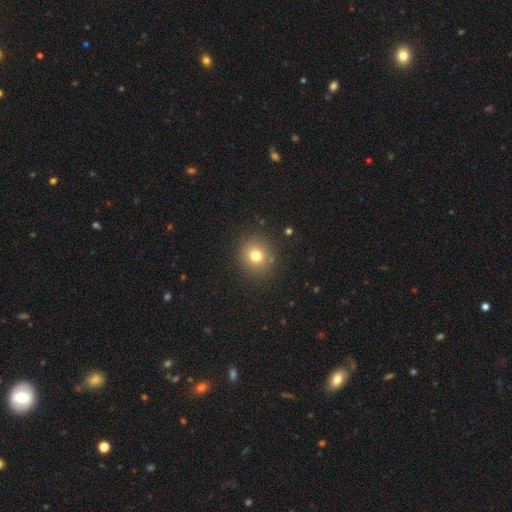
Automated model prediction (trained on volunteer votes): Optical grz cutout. It shows a smooth galaxy with no disk features (75%) that is round (88%). Merging: none (89%).